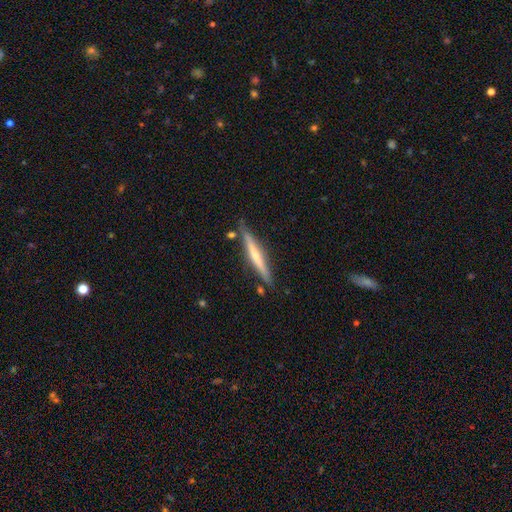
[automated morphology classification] A featured or disk galaxy (57%) viewed edge-on (96%) with a rounded central bulge (48%).

Vote fractions:
- Smooth or featured? featured or disk: 57% / smooth: 37% / star or artifact: 6%
- Edge-on disk? yes: 96% / no: 4%
- Edge-on bulge? rounded: 48% / none: 44% / boxy: 8%
- Merging? none: 82% / minor disturbance: 12% / merger: 4% / major disturbance: 2%